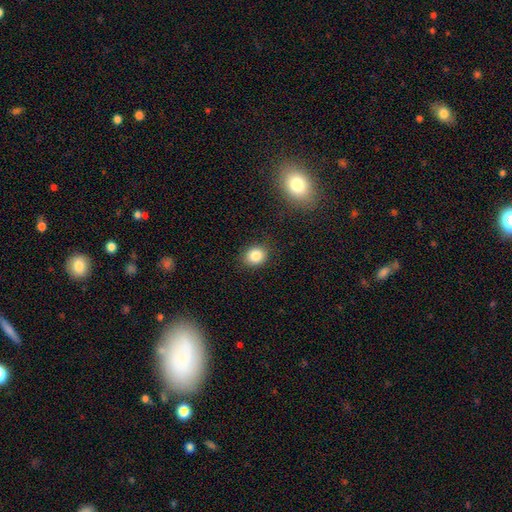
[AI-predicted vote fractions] smooth_or_featured: smooth (p=0.84) [alt: star or artifact p=0.11]
how_rounded: round (p=0.66) [alt: in between p=0.33]
merging: none (p=0.86) [alt: minor disturbance p=0.10]